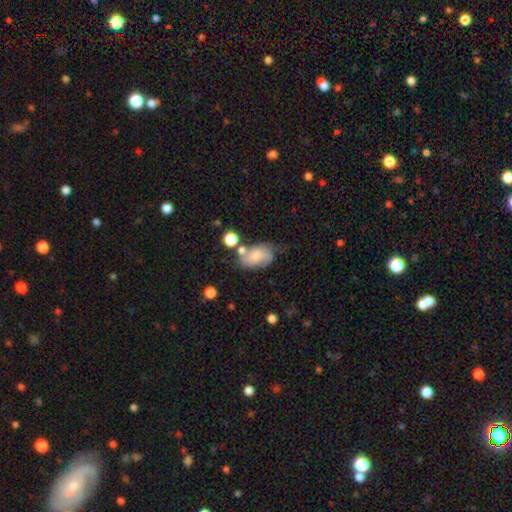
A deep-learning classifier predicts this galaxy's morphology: This appears to be a smooth galaxy with no disk features (67%) that is in between round and cigar-shaped (87%). Merging: none (41%).